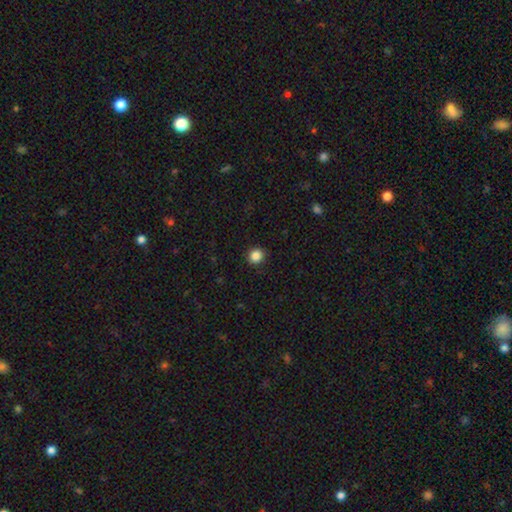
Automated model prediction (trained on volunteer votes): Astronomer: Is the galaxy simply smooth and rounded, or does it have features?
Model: smooth — 85%.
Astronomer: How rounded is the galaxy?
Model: round — 88%.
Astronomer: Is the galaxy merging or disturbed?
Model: none — 91%.